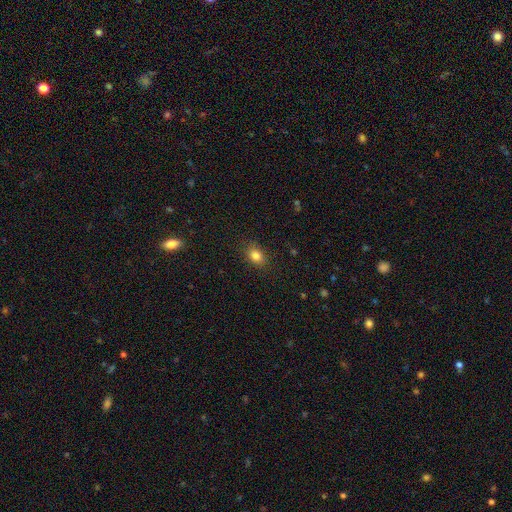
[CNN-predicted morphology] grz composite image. It shows a smooth galaxy with no disk features (83%) that is in between round and cigar-shaped (67%). Merging: none (85%).